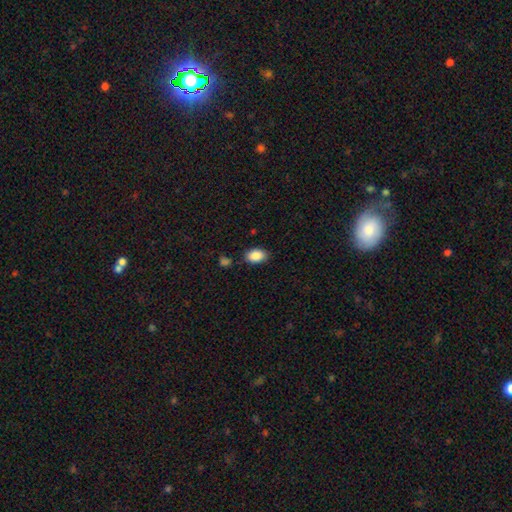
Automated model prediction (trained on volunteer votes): smooth 88%, star or artifact 8%, featured or disk 4%. Down the decision tree: how rounded — in between (88%); merging — none (81%).